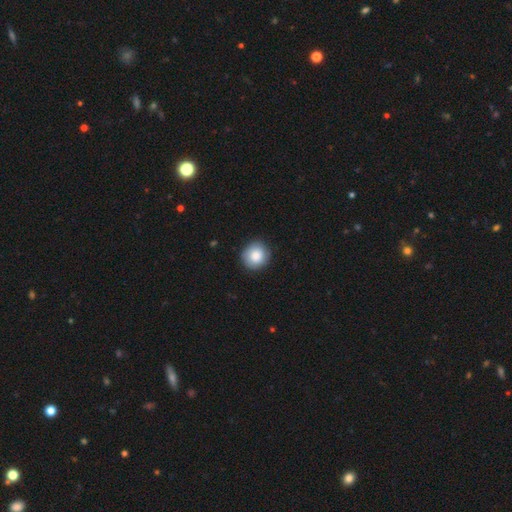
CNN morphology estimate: smooth 84%, featured or disk 9%, star or artifact 7%. Down the decision tree: how rounded — round (89%); merging — none (88%).